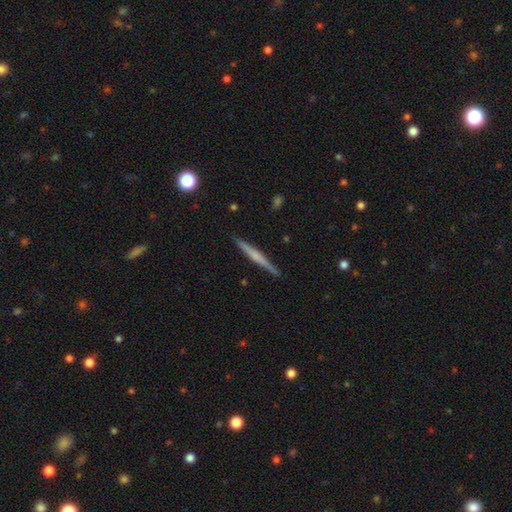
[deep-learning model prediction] Q: Smooth or featured?
A: featured or disk (59%); runner-up: smooth (36%)
Q: Edge-on disk?
A: yes (98%); runner-up: no (2%)
Q: Edge-on bulge?
A: rounded (43%); tied with: none (43%)
Q: Merging?
A: none (91%); runner-up: minor disturbance (7%)